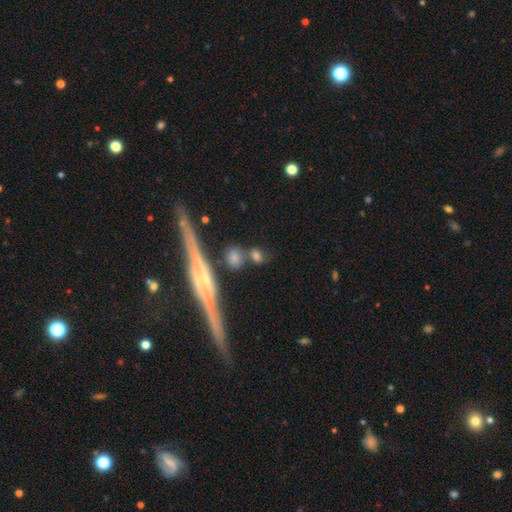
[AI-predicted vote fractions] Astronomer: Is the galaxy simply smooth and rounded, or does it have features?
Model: smooth — 48% (runner-up: featured or disk, 40%).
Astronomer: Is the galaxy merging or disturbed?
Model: none — 75%.